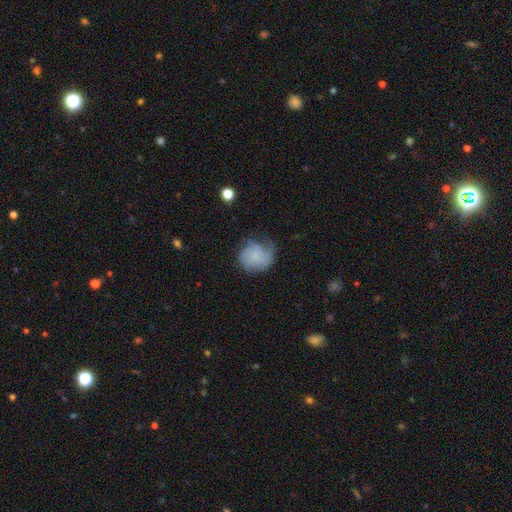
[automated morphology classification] Smooth or featured?
  - smooth: 58% *
  - featured or disk: 33%
  - star or artifact: 8%
How rounded?
  - round: 77% *
  - in between: 22%
  - cigar-shaped: 1%
Merging?
  - none: 46% *
  - minor disturbance: 32%
  - major disturbance: 20%
  - merger: 2%